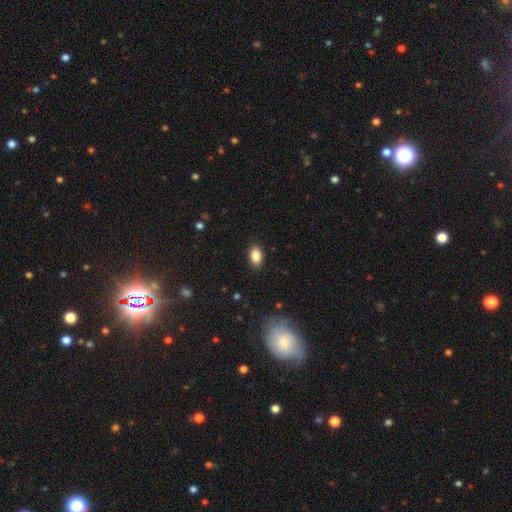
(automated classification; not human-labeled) smooth_or_featured: smooth (p=0.87) [alt: star or artifact p=0.08]
how_rounded: in between (p=0.88) [alt: round p=0.10]
merging: none (p=0.87) [alt: minor disturbance p=0.09]